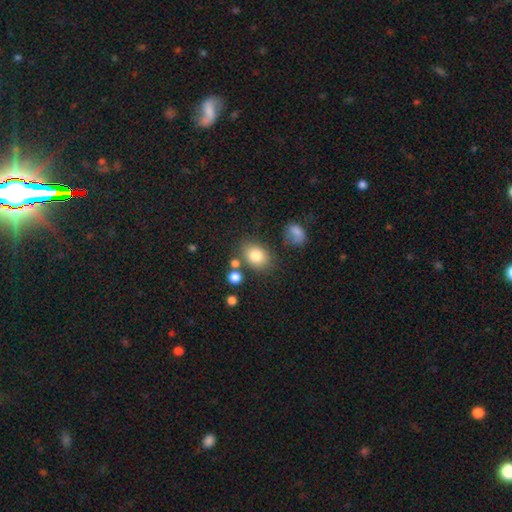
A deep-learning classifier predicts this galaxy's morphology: This appears to be a smooth galaxy with no disk features (81%) that is in between round and cigar-shaped (67%). Merging: none (73%).